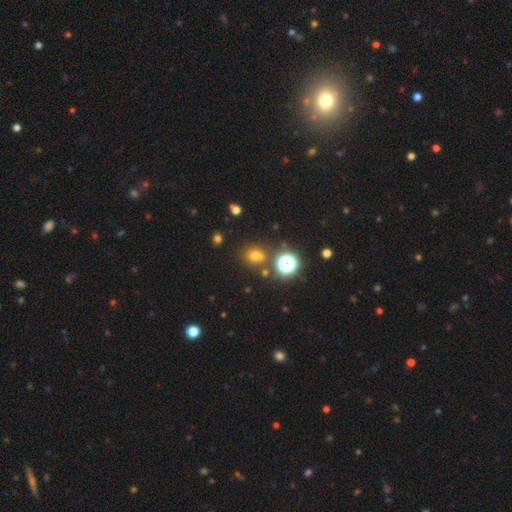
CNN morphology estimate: The model was most divided on "smooth or featured": smooth: 61%, star or artifact: 31%, featured or disk: 8%. More confident: merging — none (78%); how rounded — round (66%).